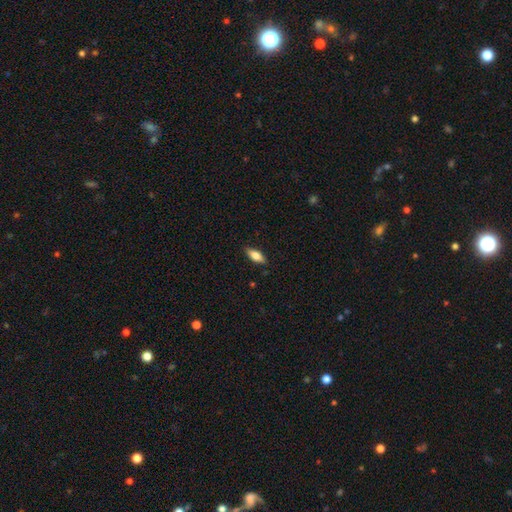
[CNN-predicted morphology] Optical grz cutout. It shows a smooth galaxy with no disk features (71%) that is in between round and cigar-shaped (74%). Merging: none (87%).